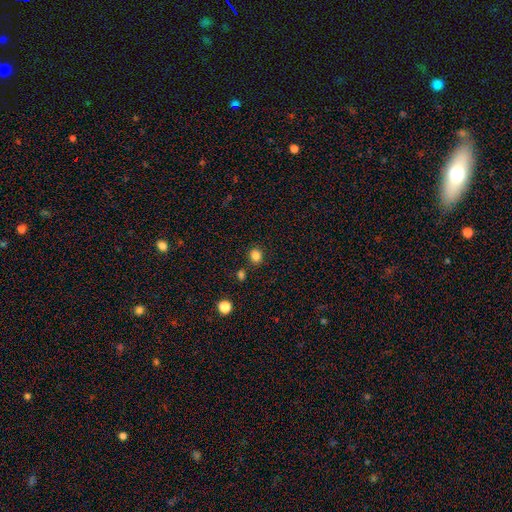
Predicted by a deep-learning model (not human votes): Morphology: type=smooth (83%); roundness=round (76%); merging=none (84%).